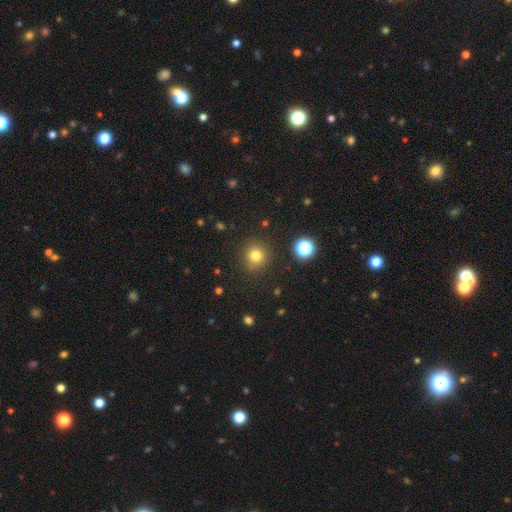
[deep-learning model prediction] Overall: smooth (78%). How rounded: round (92%). Merging: none (87%).